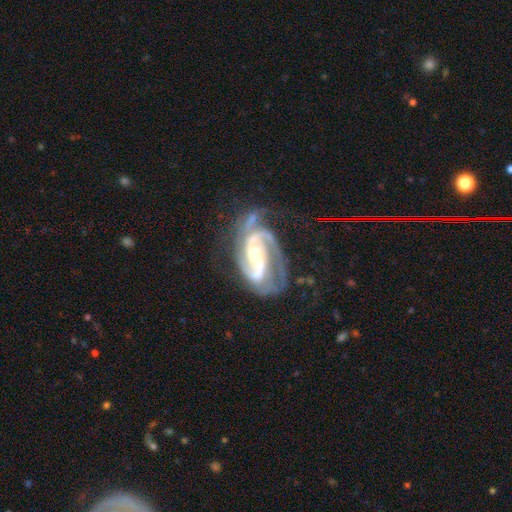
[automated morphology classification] Q: Smooth or featured?
A: featured or disk (92%); runner-up: star or artifact (5%)
Q: Edge-on disk?
A: no (97%); runner-up: yes (3%)
Q: Bar?
A: weak (41%); runner-up: no (35%)
Q: Spiral arms?
A: yes (98%); runner-up: no (2%)
Q: Spiral winding?
A: medium (51%); runner-up: tight (36%)
Q: Spiral arm count?
A: 2 (54%); runner-up: 3 (25%)
Q: Bulge size?
A: moderate (55%); runner-up: small (34%)
Q: Merging?
A: none (49%); runner-up: major disturbance (23%)